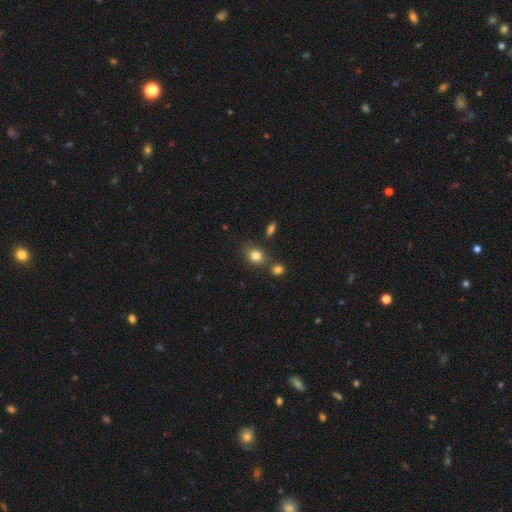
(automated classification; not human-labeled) A smooth galaxy with no disk features (81%) that is in between round and cigar-shaped (54%).

Vote fractions:
- Smooth or featured? smooth: 81% / star or artifact: 11% / featured or disk: 8%
- How rounded? in between: 54% / round: 45% / cigar-shaped: 1%
- Merging? none: 65% / merger: 15% / minor disturbance: 15% / major disturbance: 4%